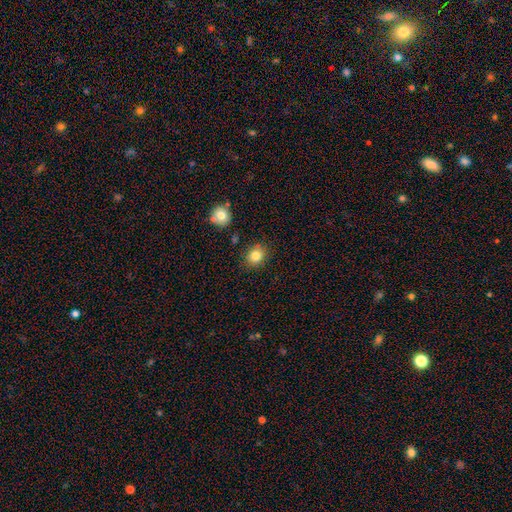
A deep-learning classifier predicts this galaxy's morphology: type=smooth (83%); roundness=round (67%); merging=none (84%).